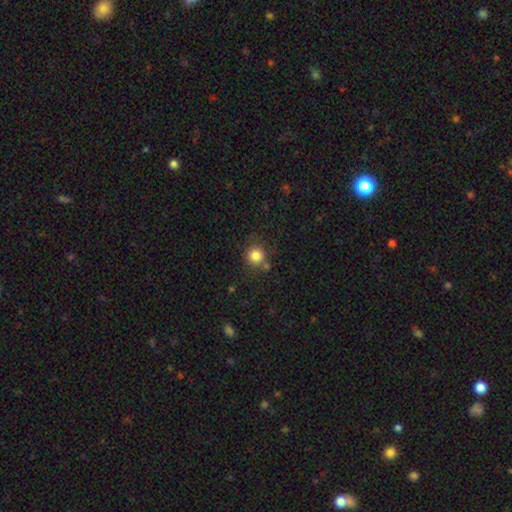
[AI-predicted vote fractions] A smooth galaxy with no disk features (83%) that is round (92%).

Vote fractions:
- Smooth or featured? smooth: 83% / star or artifact: 12% / featured or disk: 5%
- How rounded? round: 92% / in between: 7% / cigar-shaped: 1%
- Merging? none: 78% / minor disturbance: 10% / merger: 8% / major disturbance: 3%